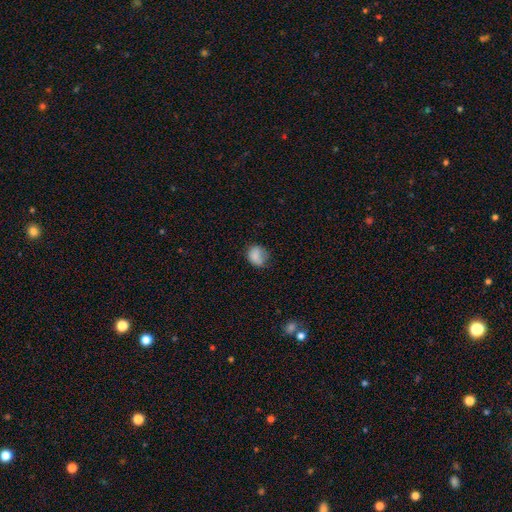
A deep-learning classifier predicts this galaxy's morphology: A smooth galaxy with no disk features (82%) that is round (63%). Merging: none (56%).